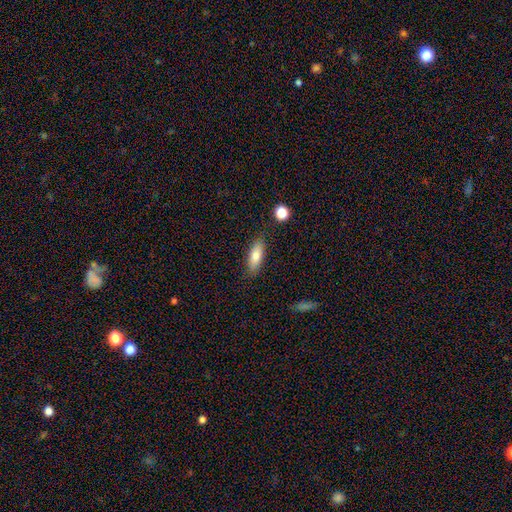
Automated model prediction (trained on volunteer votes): smooth-or-featured: smooth: 77% | featured or disk: 15% | star or artifact: 7%
  how-rounded: in between: 68% | cigar-shaped: 29% | round: 3%
  merging: none: 84% | minor disturbance: 11% | major disturbance: 3% | merger: 2%